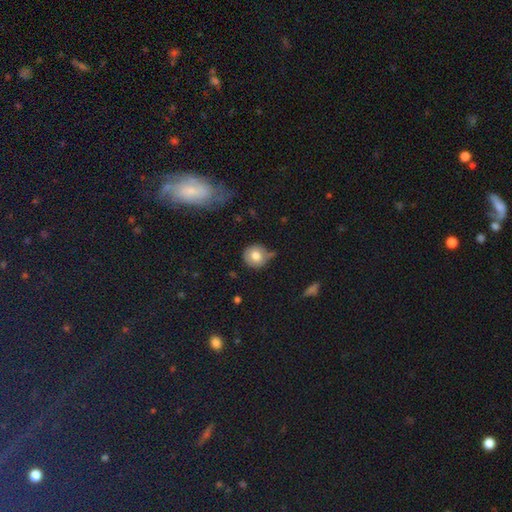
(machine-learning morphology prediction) Overall: smooth (76%). How rounded: round (90%). Merging: none (64%).